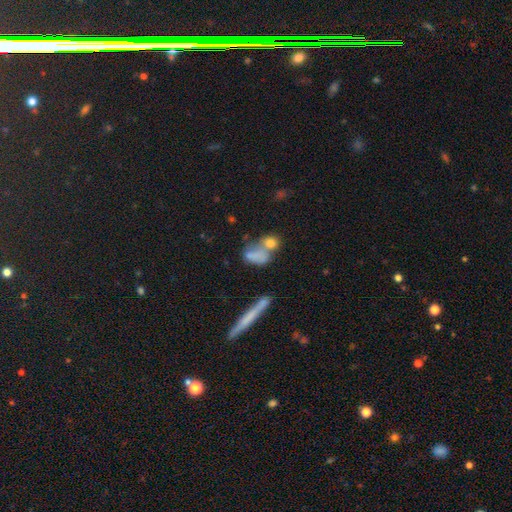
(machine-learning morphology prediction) smooth-or-featured: smooth: 67% | featured or disk: 21% | star or artifact: 12%
  how-rounded: in between: 63% | round: 25% | cigar-shaped: 12%
  merging: merger: 42% | none: 30% | minor disturbance: 14% | major disturbance: 14%